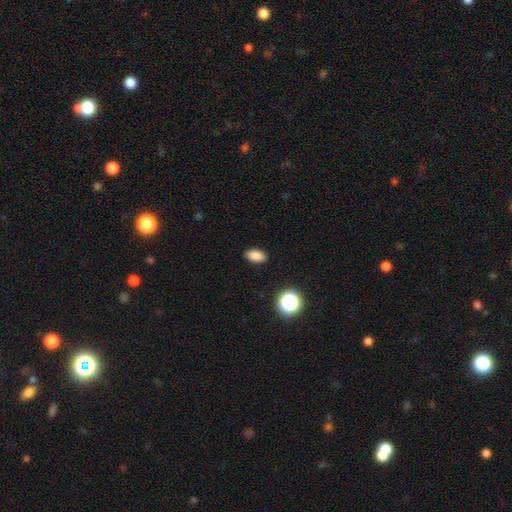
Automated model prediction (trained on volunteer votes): Smooth or featured: smooth — 84% (star or artifact — 11%)
How rounded: in between — 89% (round — 7%)
Merging: none — 90% (minor disturbance — 7%)